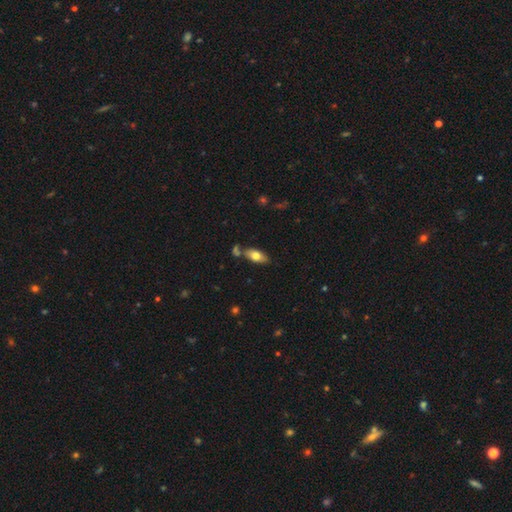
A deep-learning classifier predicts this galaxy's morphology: smooth-or-featured: smooth: 71% | featured or disk: 22% | star or artifact: 7%
  how-rounded: in between: 86% | cigar-shaped: 11% | round: 3%
  merging: none: 69% | minor disturbance: 15% | merger: 13% | major disturbance: 4%